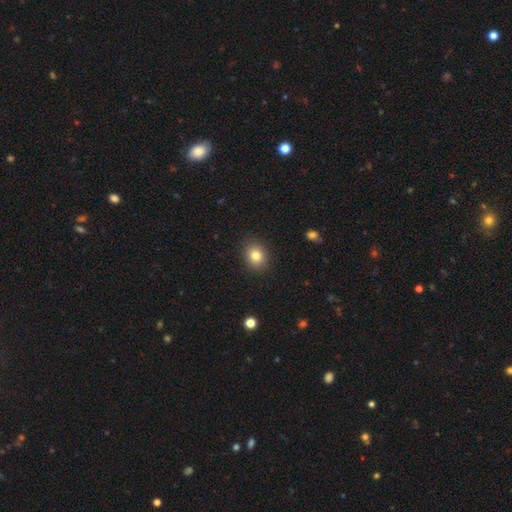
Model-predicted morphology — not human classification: Q: Smooth or featured?
A: smooth (82%); runner-up: star or artifact (11%)
Q: How rounded?
A: round (61%); runner-up: in between (38%)
Q: Merging?
A: none (89%); runner-up: minor disturbance (8%)